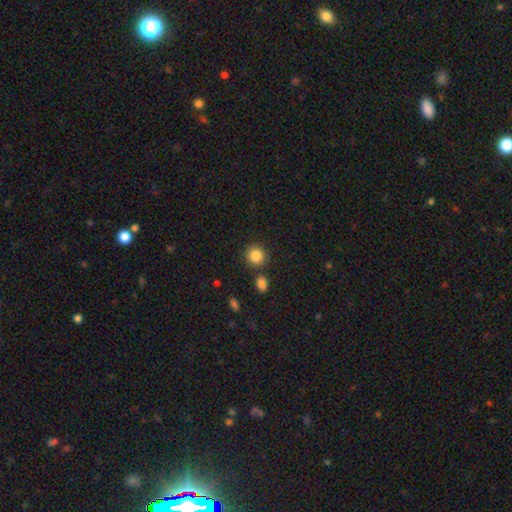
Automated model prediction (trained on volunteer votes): smooth_or_featured: smooth (p=0.86) [alt: star or artifact p=0.09]
how_rounded: round (p=0.87) [alt: in between p=0.12]
merging: none (p=0.81) [alt: minor disturbance p=0.09]